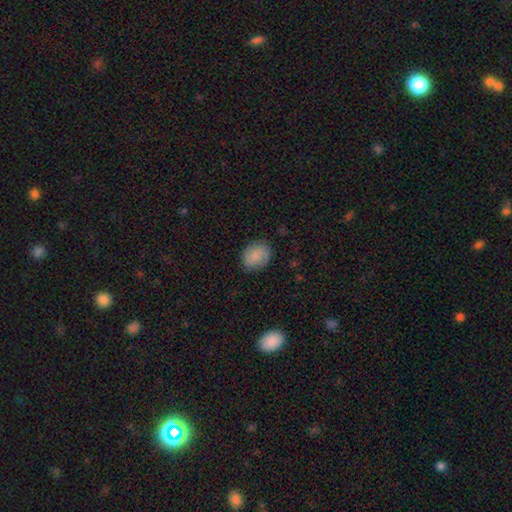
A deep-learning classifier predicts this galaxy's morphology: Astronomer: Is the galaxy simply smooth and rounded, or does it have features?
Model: smooth — 76%.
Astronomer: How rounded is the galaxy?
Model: in between — 53% (runner-up: round, 46%).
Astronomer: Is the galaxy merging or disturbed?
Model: none — 82%.